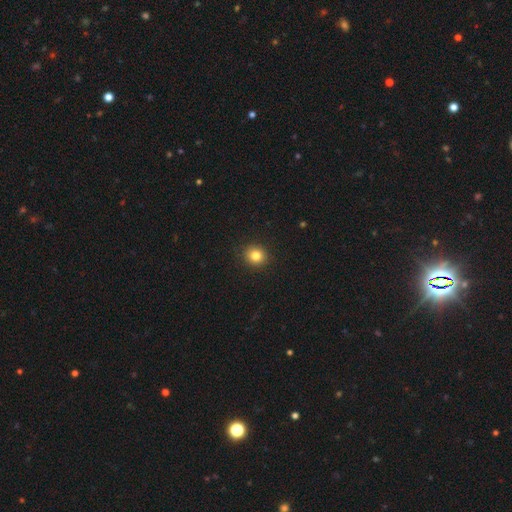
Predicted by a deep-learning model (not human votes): A smooth galaxy with no disk features (83%) that is round (86%). Merging: none (92%).